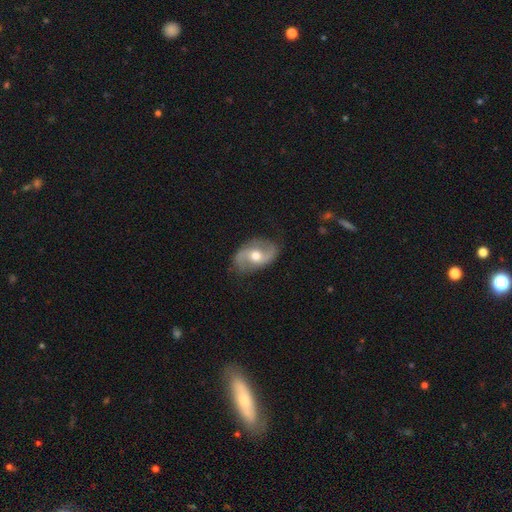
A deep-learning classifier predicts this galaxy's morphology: Smooth or featured: featured or disk — 78% (smooth — 17%)
Edge-on disk: no — 96% (yes — 4%)
Bar: no — 47% (weak — 37%)
Spiral arms: yes — 88% (no — 12%)
Spiral winding: loose — 56% (medium — 33%)
Spiral arm count: 2 — 91% (can't tell — 4%)
Bulge size: moderate — 76% (small — 17%)
Merging: none — 80% (minor disturbance — 15%)